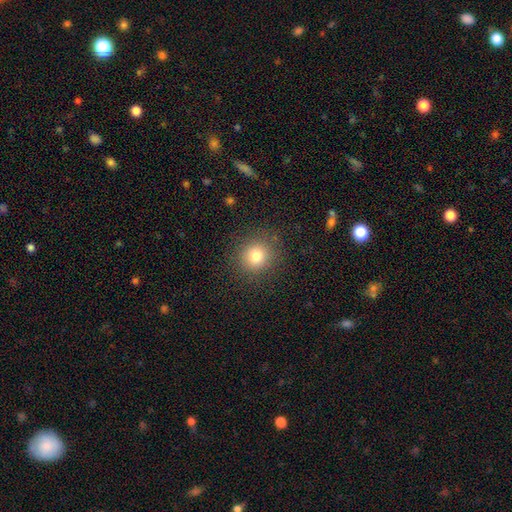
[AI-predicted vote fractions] A smooth galaxy with no disk features (78%) that is round (89%). Merging: none (88%).